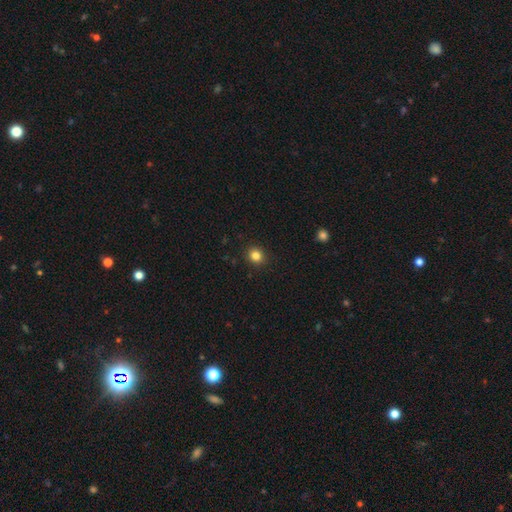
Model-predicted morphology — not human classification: Smooth or featured? Predicted: smooth (p=0.83). How rounded? Predicted: round (p=0.85). Merging? Predicted: none (p=0.91).